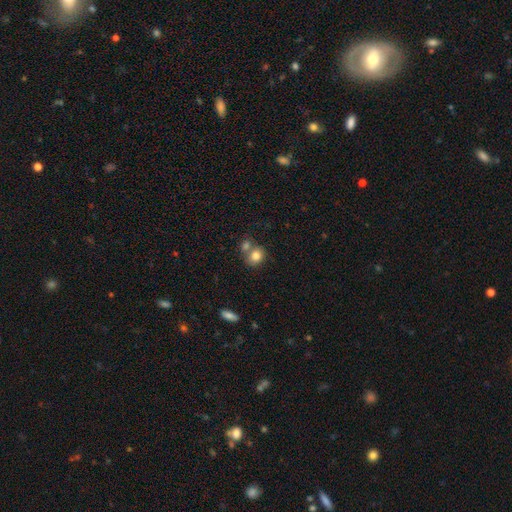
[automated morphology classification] A smooth galaxy with no disk features (81%) that is round (65%).

Vote fractions:
- Smooth or featured? smooth: 81% / featured or disk: 10% / star or artifact: 9%
- How rounded? round: 65% / in between: 34% / cigar-shaped: 1%
- Merging? none: 47% / merger: 39% / minor disturbance: 11% / major disturbance: 4%